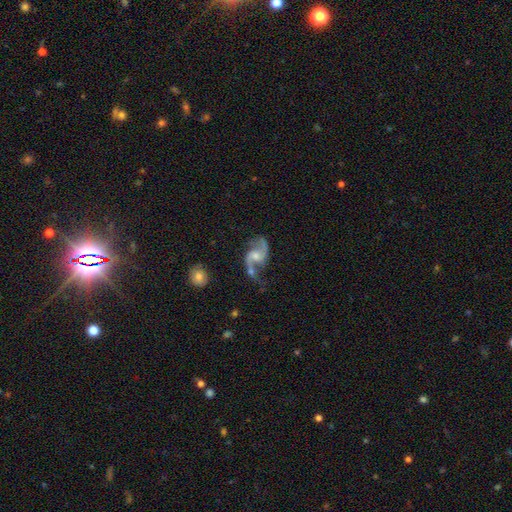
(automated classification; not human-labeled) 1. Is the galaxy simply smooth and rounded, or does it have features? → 89% featured or disk, 6% smooth, 5% star or artifact.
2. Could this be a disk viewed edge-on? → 98% no, 2% yes.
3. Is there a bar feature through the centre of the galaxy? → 47% no, 43% weak, 10% strong.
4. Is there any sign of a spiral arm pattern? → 97% yes, 3% no.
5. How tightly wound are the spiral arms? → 64% loose, 31% medium, 5% tight.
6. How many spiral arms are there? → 93% 2, 2% 1, 2% can't tell, 1% 3, 1% 4, 1% more than 4.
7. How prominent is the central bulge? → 45% moderate, 41% small, 8% none, 4% large, 1% dominant.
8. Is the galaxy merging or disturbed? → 51% none, 20% minor disturbance, 15% major disturbance, 14% merger.